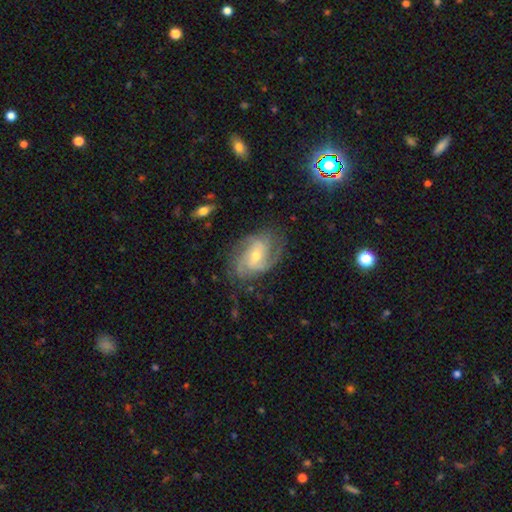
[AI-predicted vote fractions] smooth_or_featured: featured or disk (p=0.83) [alt: smooth p=0.11]
disk_edge_on: no (p=0.97) [alt: yes p=0.03]
bar: no (p=0.48) [alt: weak p=0.40]
has_spiral_arms: yes (p=0.95) [alt: no p=0.05]
spiral_winding: tight (p=0.43) [alt: medium p=0.42]
spiral_arm_count: 3 (p=0.30) [tied with: 2 p=0.30]
bulge_size: moderate (p=0.54) [alt: small p=0.42]
merging: none (p=0.70) [alt: minor disturbance p=0.20]